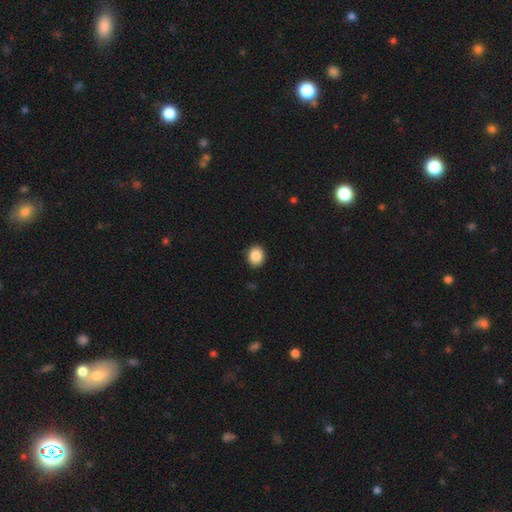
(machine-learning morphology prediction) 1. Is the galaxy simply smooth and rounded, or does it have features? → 88% smooth, 8% star or artifact, 4% featured or disk.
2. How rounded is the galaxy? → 70% round, 29% in between, 1% cigar-shaped.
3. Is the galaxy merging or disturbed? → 91% none, 7% minor disturbance, 2% major disturbance, 1% merger.